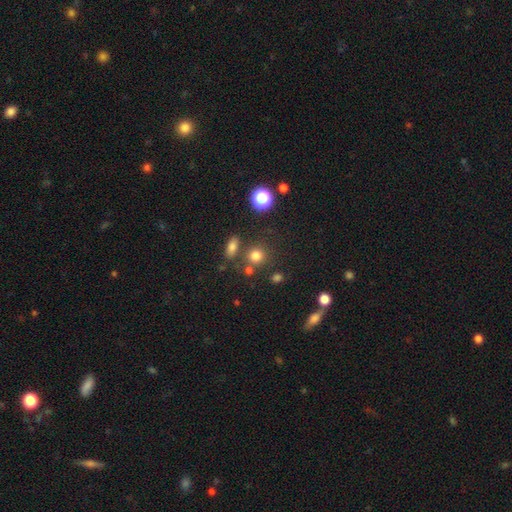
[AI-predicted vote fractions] The model was most divided on "smooth or featured": smooth: 76%, star or artifact: 17%, featured or disk: 8%. More confident: how rounded — round (84%); merging — none (74%).